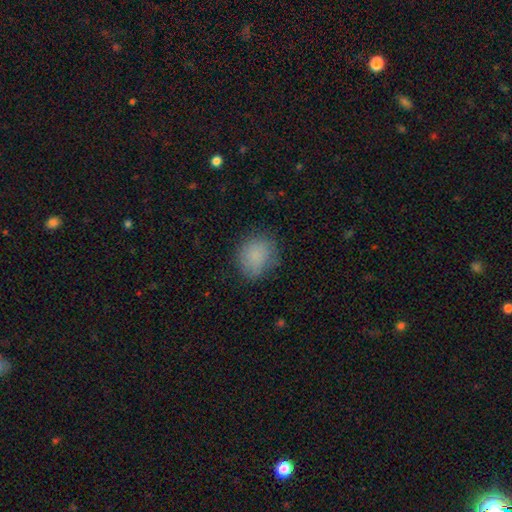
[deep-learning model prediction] Smooth or featured?
  - smooth: 84% *
  - star or artifact: 9%
  - featured or disk: 7%
How rounded?
  - round: 65% *
  - in between: 34%
  - cigar-shaped: 1%
Merging?
  - none: 72% *
  - minor disturbance: 21%
  - major disturbance: 6%
  - merger: 1%